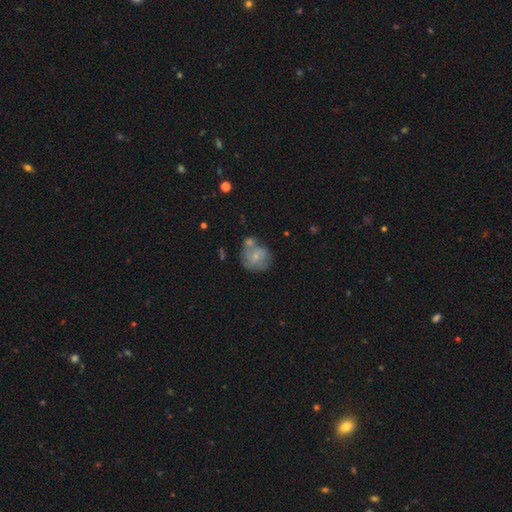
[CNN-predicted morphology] smooth-or-featured: featured or disk: 49% | smooth: 43% | star or artifact: 8%
  merging: none: 45% | merger: 27% | minor disturbance: 19% | major disturbance: 9%